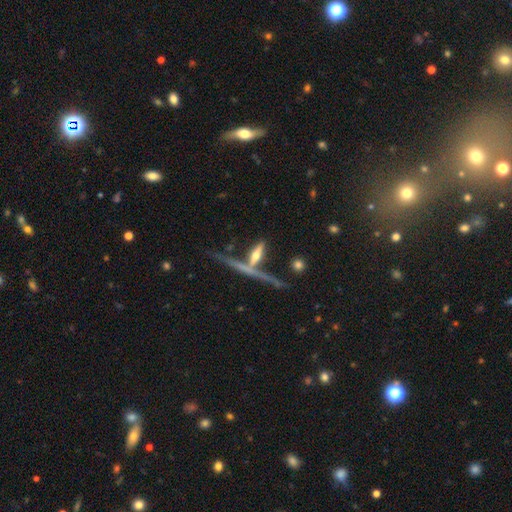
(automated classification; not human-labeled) A featured or disk galaxy (59%) viewed edge-on (86%) with a rounded central bulge (63%).

Vote fractions:
- Smooth or featured? featured or disk: 59% / smooth: 31% / star or artifact: 10%
- Edge-on disk? yes: 86% / no: 14%
- Edge-on bulge? rounded: 63% / none: 29% / boxy: 9%
- Merging? none: 51% / merger: 26% / minor disturbance: 15% / major disturbance: 9%